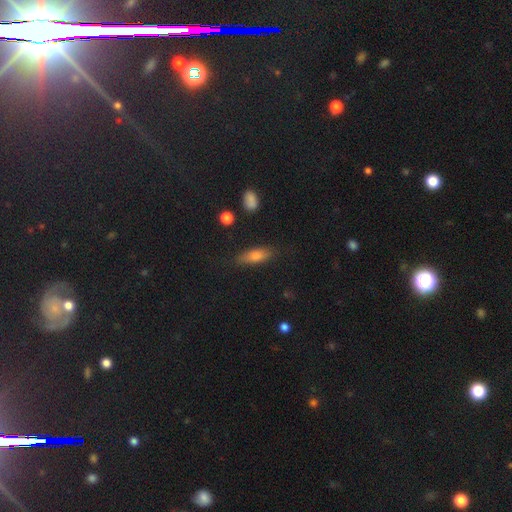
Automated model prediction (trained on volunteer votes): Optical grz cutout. It shows a smooth galaxy with no disk features (71%) that is in between round and cigar-shaped (62%). Merging: none (80%).